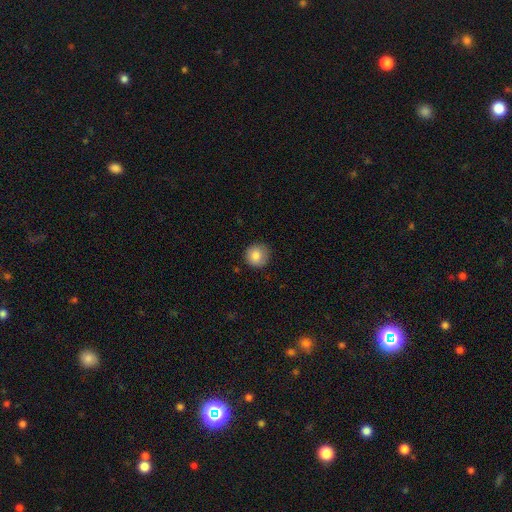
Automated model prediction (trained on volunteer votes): Smooth or featured? smooth (85%)
How rounded? round (93%)
Merging? none (86%)